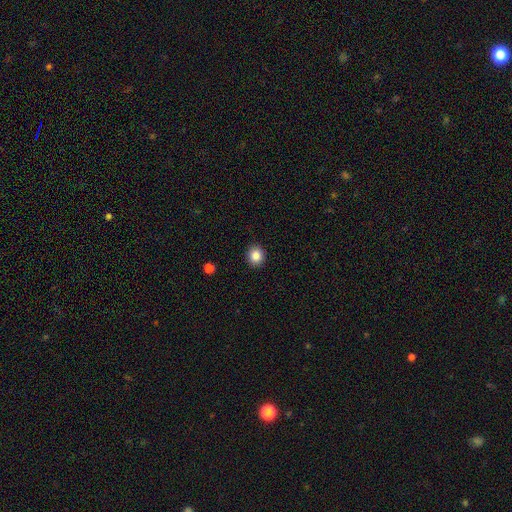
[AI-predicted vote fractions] smooth_or_featured: smooth (p=0.85) [alt: star or artifact p=0.10]
how_rounded: round (p=0.79) [alt: in between p=0.20]
merging: none (p=0.91) [alt: minor disturbance p=0.06]